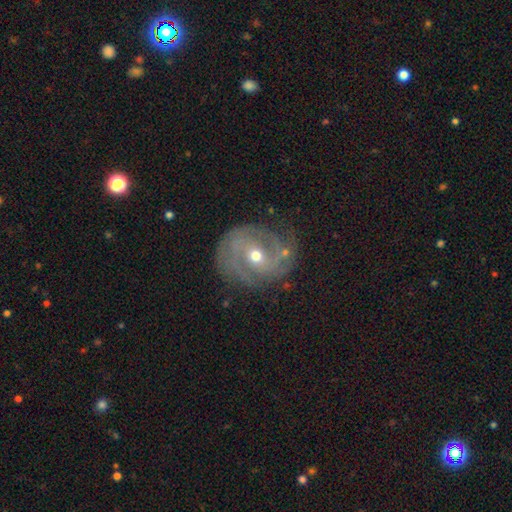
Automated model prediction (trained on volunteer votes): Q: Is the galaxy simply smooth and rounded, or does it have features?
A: featured or disk — 84%.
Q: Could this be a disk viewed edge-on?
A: no — 97%.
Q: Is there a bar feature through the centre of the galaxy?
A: no — 45%.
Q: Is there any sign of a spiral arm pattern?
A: yes — 93%.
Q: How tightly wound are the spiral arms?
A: tight — 56%.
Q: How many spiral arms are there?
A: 2 — 44%.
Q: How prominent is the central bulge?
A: moderate — 62%.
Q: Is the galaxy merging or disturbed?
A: none — 73%.